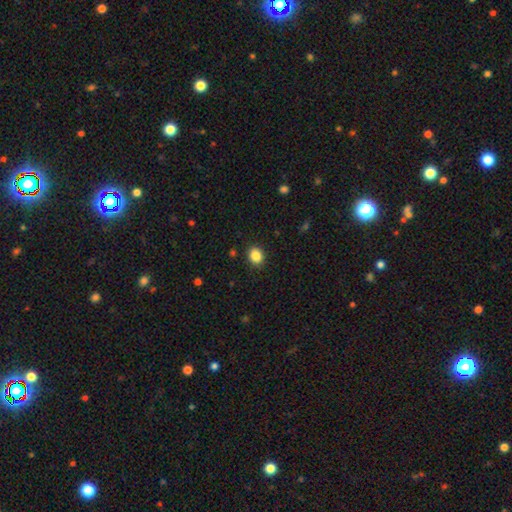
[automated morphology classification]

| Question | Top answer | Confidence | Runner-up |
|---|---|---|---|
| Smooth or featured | smooth | 86% | star or artifact (9%) |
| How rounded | round | 51% | in between (48%) |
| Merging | none | 90% | minor disturbance (7%) |